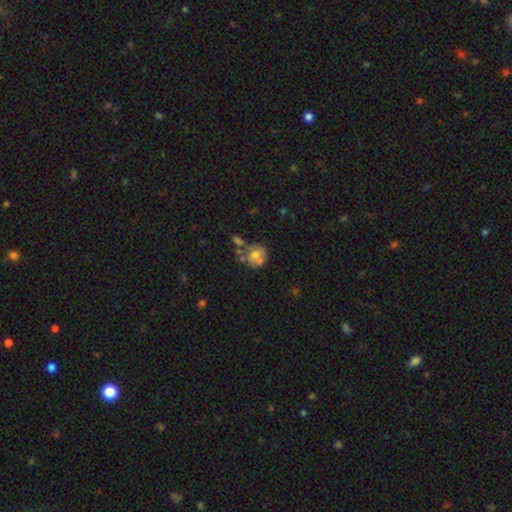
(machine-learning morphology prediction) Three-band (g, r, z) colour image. It shows a smooth galaxy with no disk features (58%) that is round (66%). Merging: none (38%).